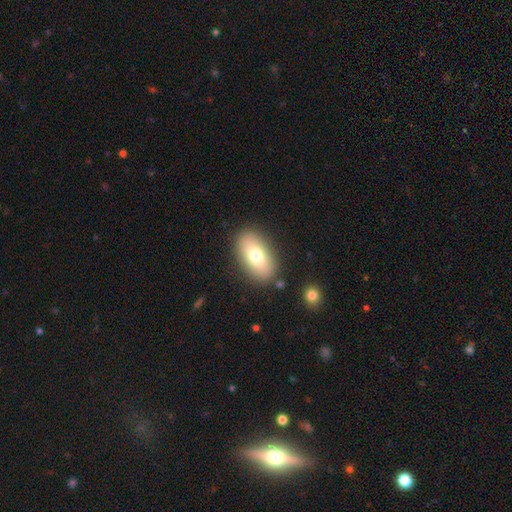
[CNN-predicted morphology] A smooth galaxy with no disk features (74%) that is in between round and cigar-shaped (92%).

Vote fractions:
- Smooth or featured? smooth: 74% / featured or disk: 18% / star or artifact: 7%
- How rounded? in between: 92% / round: 5% / cigar-shaped: 3%
- Merging? none: 85% / minor disturbance: 9% / major disturbance: 3% / merger: 2%